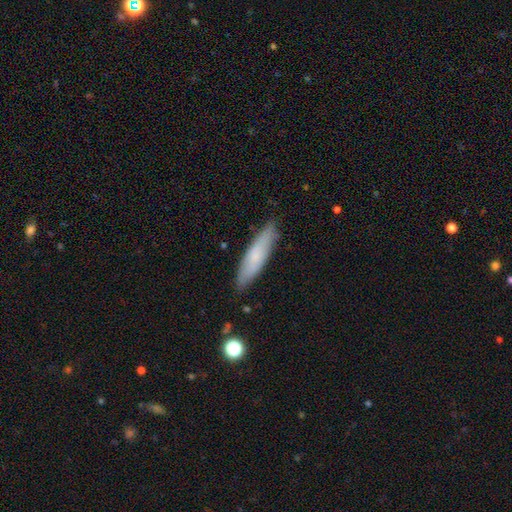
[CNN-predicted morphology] Overall: smooth (69%). How rounded: cigar-shaped (74%). Merging: none (85%).